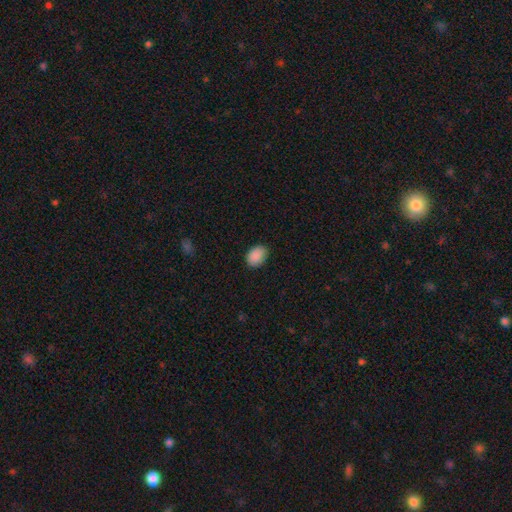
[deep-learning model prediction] The model was most divided on "how rounded": in between: 74%, round: 25%, cigar-shaped: 1%. More confident: smooth or featured — smooth (90%); merging — none (84%).